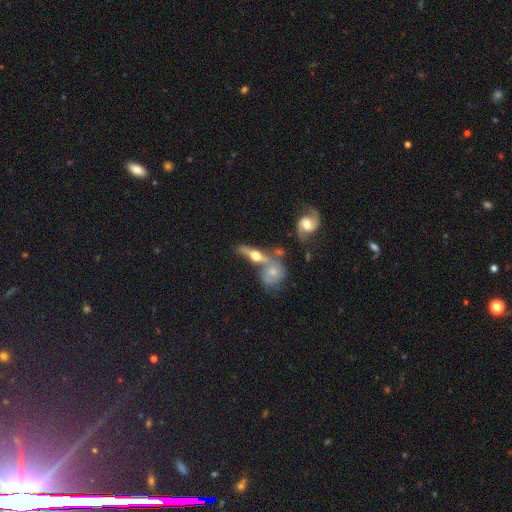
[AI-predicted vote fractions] Overall: featured or disk (67%). Edge-on disk: yes (78%). Edge-on bulge: rounded (94%). Merging: none (47%; merger 32%).